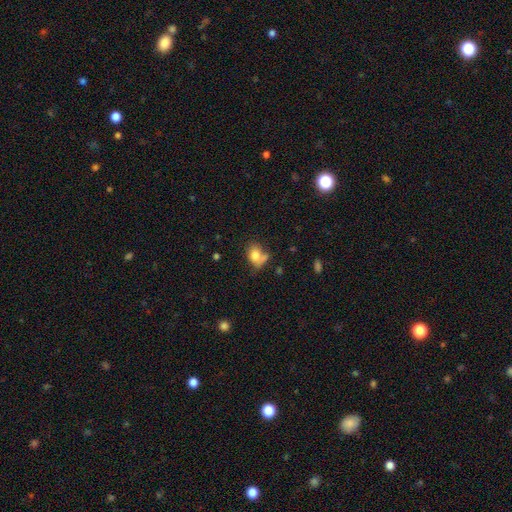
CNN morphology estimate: smooth_or_featured: smooth (p=0.77) [alt: featured or disk p=0.13]
how_rounded: in between (p=0.69) [alt: round p=0.29]
merging: none (p=0.42) [alt: merger p=0.23]